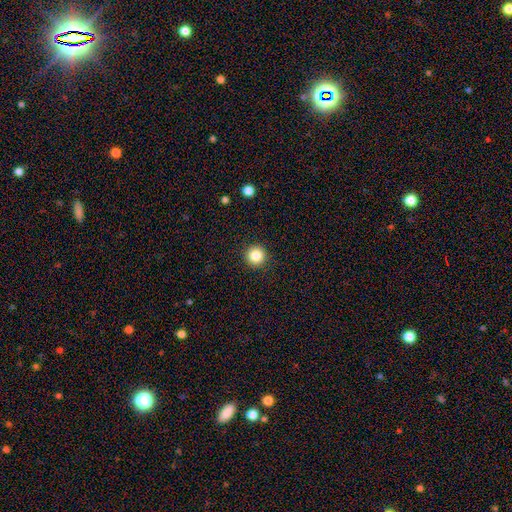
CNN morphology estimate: Overall: smooth (84%). How rounded: round (96%). Merging: none (93%).